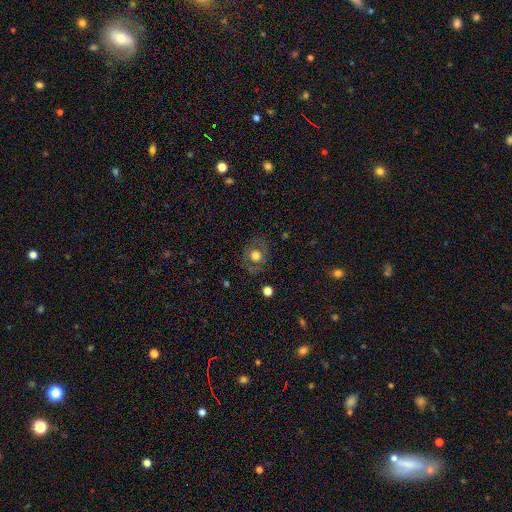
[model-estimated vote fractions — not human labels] Morphology: type=smooth (58%); roundness=round (73%); merging=none (79%).